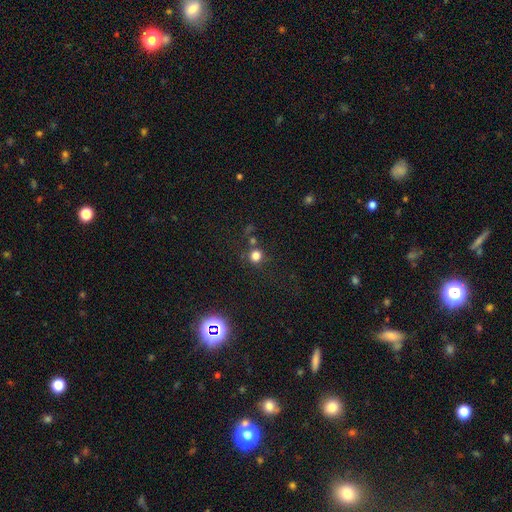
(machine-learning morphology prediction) The model was most divided on "smooth or featured": smooth: 76%, star or artifact: 18%, featured or disk: 6%. More confident: how rounded — round (88%); merging — none (73%).